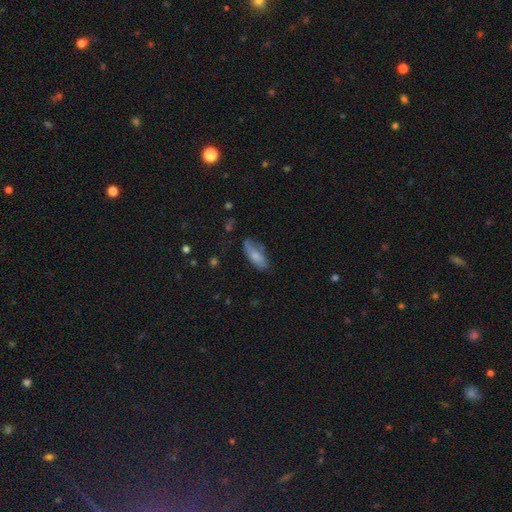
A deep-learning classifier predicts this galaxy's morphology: A smooth galaxy with no disk features (74%) that is in between round and cigar-shaped (75%). Merging: none (61%).